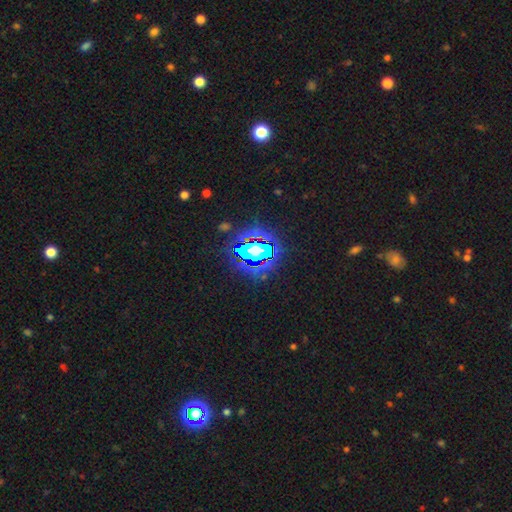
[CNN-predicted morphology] Smooth or featured? star or artifact (79%)